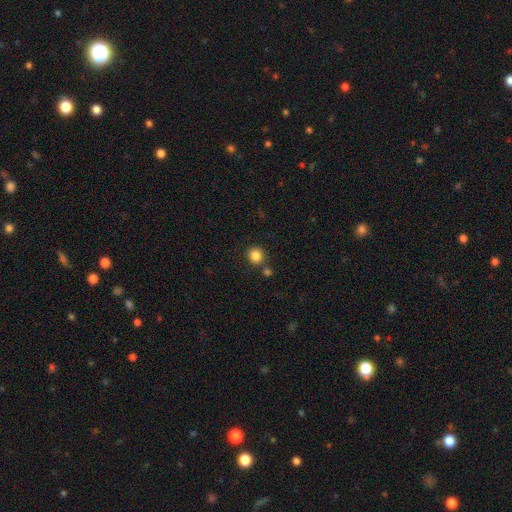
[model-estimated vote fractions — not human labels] This is clearly a smooth galaxy (84%). How rounded: clearly round (92%). Merging: clearly none (80%).